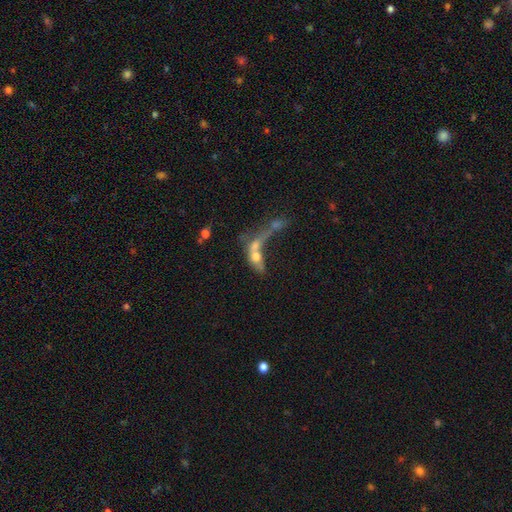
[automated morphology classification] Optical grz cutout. It shows a smooth galaxy with no disk features (54%) that is in between round and cigar-shaped (64%). Merging: merger (64%).